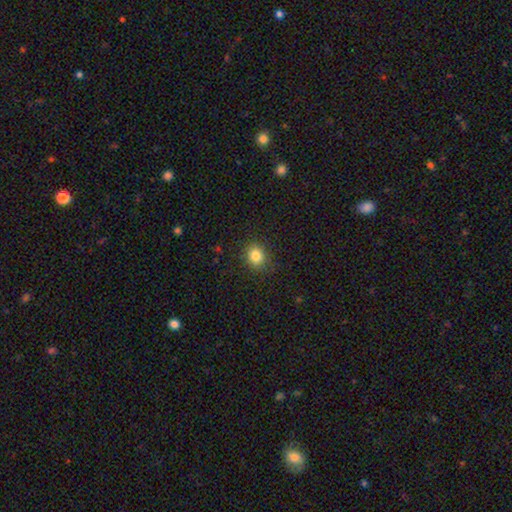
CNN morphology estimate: This appears to be a smooth galaxy with no disk features (83%) that is round (70%). Merging: none (87%).